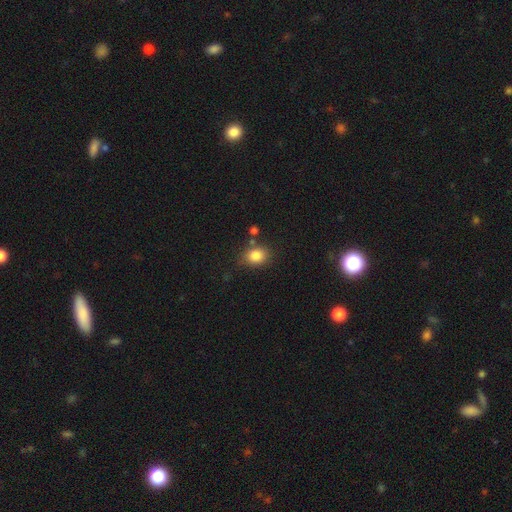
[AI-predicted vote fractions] This is clearly a smooth galaxy (84%). How rounded: possibly in between (53%). Merging: likely none (74%).